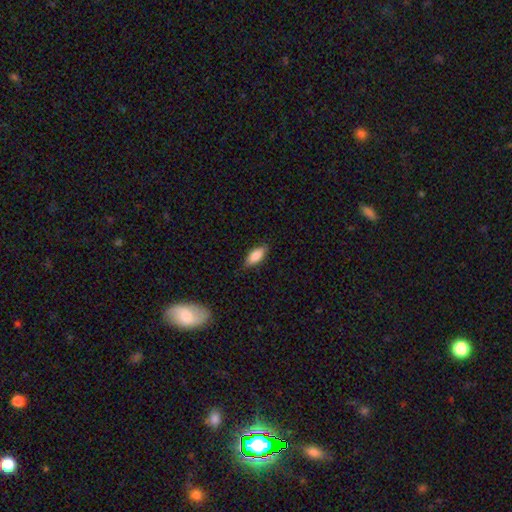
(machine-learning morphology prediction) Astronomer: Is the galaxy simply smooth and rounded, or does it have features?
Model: smooth — 84%.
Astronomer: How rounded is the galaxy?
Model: in between — 83%.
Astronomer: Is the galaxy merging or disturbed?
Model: none — 81%.